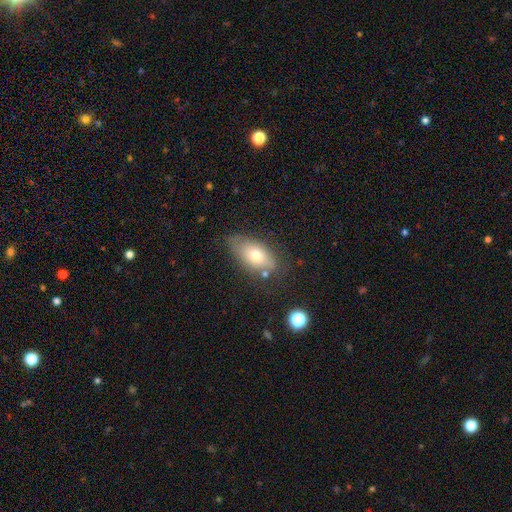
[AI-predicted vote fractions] The model was most divided on "smooth or featured": smooth: 68%, featured or disk: 23%, star or artifact: 8%. More confident: how rounded — in between (88%); merging — none (70%).